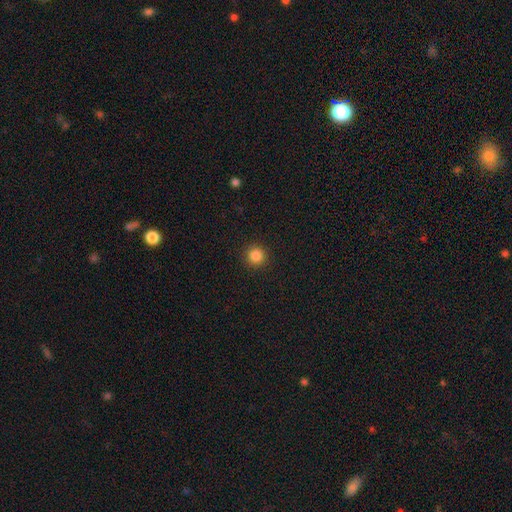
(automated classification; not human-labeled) smooth 85%, star or artifact 11%, featured or disk 4%. Down the decision tree: how rounded — round (95%); merging — none (92%).